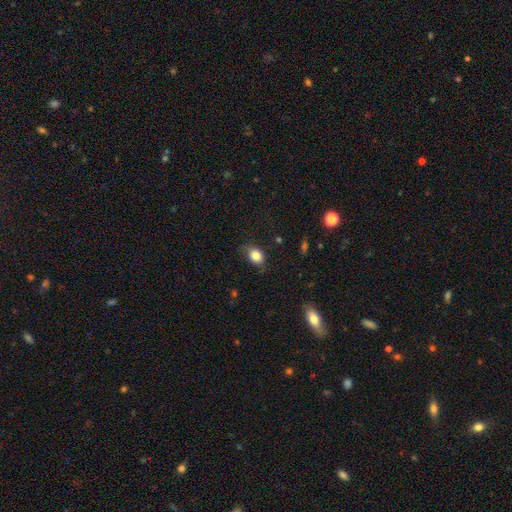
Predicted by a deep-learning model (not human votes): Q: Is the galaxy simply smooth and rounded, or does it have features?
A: smooth — 83%.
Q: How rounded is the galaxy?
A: in between — 61%.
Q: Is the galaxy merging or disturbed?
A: none — 71%.